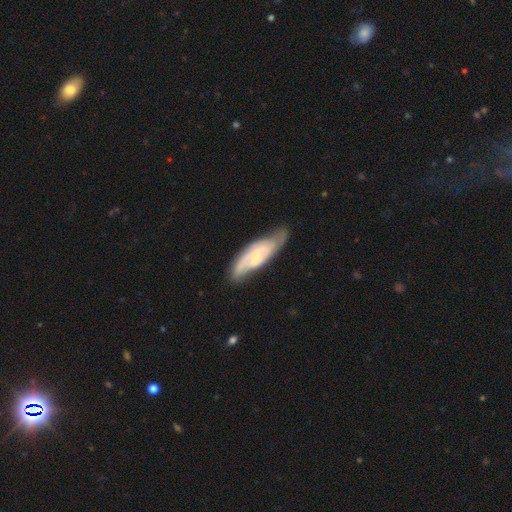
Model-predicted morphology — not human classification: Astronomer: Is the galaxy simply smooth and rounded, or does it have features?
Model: featured or disk — 70%.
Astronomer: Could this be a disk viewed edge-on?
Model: no — 82%.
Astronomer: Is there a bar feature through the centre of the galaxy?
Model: no — 43% (runner-up: weak, 42%).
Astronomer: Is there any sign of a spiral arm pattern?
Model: yes — 89%.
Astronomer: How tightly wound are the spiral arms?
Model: medium — 44% (runner-up: tight, 36%).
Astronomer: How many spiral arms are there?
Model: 2 — 66%.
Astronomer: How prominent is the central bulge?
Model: small — 56%.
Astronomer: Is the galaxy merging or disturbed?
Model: none — 67%.